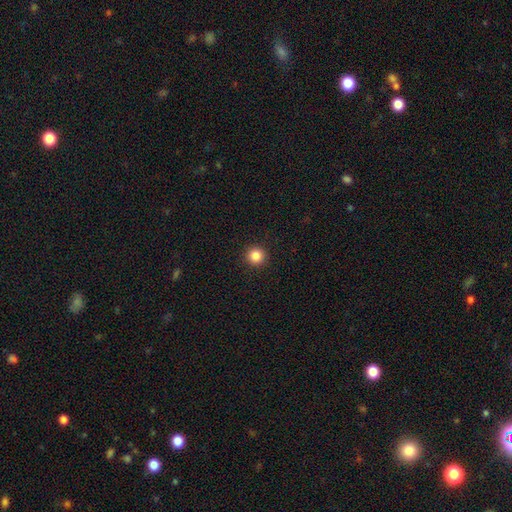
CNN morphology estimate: A smooth galaxy with no disk features (85%) that is round (95%).

Vote fractions:
- Smooth or featured? smooth: 85% / star or artifact: 11% / featured or disk: 4%
- How rounded? round: 95% / in between: 4% / cigar-shaped: 1%
- Merging? none: 93% / minor disturbance: 5% / major disturbance: 2% / merger: 1%